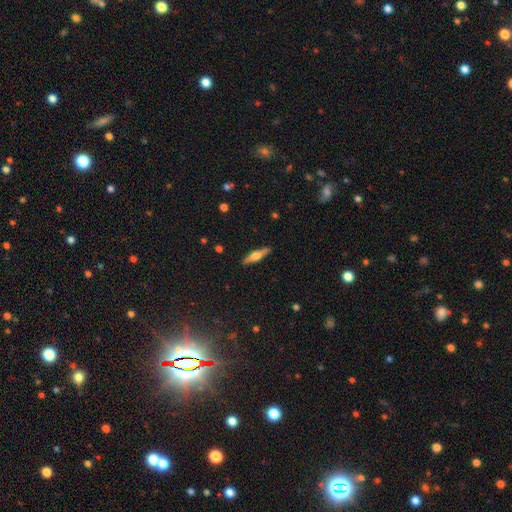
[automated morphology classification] A featured or disk galaxy (65%) viewed edge-on (97%) with a rounded central bulge (93%).

Vote fractions:
- Smooth or featured? featured or disk: 65% / smooth: 29% / star or artifact: 6%
- Edge-on disk? yes: 97% / no: 3%
- Edge-on bulge? rounded: 93% / boxy: 5% / none: 2%
- Merging? none: 91% / minor disturbance: 7% / major disturbance: 2% / merger: 1%